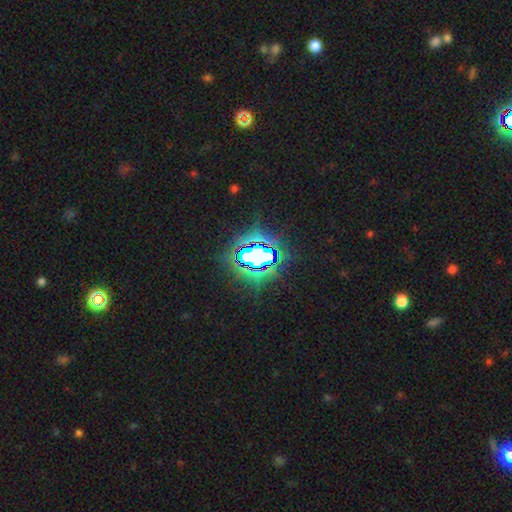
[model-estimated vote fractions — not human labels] The model was most divided on "smooth or featured": star or artifact: 77%, smooth: 12%, featured or disk: 10%.